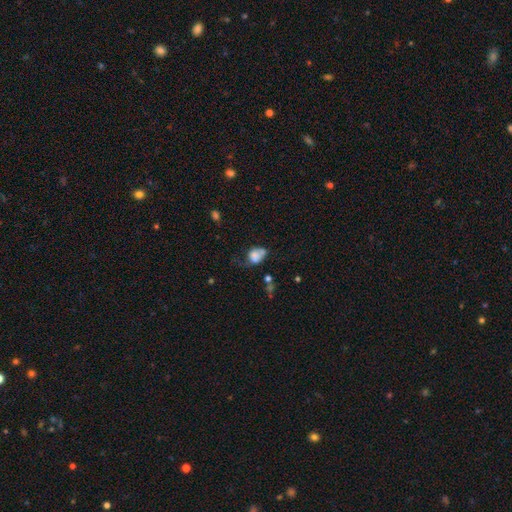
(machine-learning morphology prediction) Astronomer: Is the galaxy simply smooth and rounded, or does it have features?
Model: smooth — 70%.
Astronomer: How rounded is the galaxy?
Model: in between — 58% (runner-up: round, 41%).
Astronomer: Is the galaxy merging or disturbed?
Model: major disturbance — 30% (runner-up: minor disturbance, 27%).